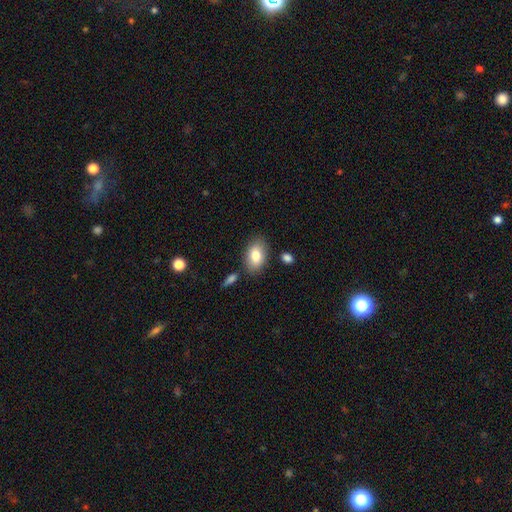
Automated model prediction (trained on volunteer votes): Smooth or featured?
  - smooth: 80% *
  - featured or disk: 12%
  - star or artifact: 7%
How rounded?
  - in between: 90% *
  - round: 8%
  - cigar-shaped: 2%
Merging?
  - none: 81% *
  - minor disturbance: 11%
  - merger: 5%
  - major disturbance: 3%